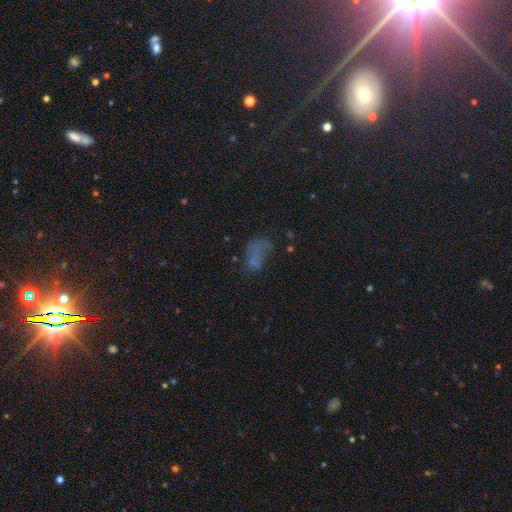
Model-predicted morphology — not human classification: This appears to be a smooth galaxy with no disk features (45%). Merging: none (36%).